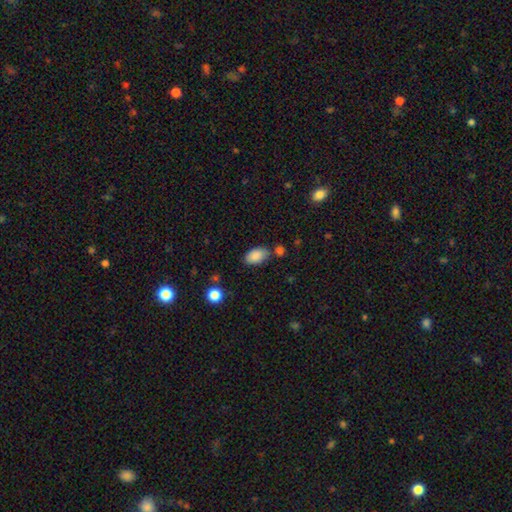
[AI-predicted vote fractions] This is clearly a smooth galaxy (88%). How rounded: clearly in between (93%). Merging: likely none (73%).